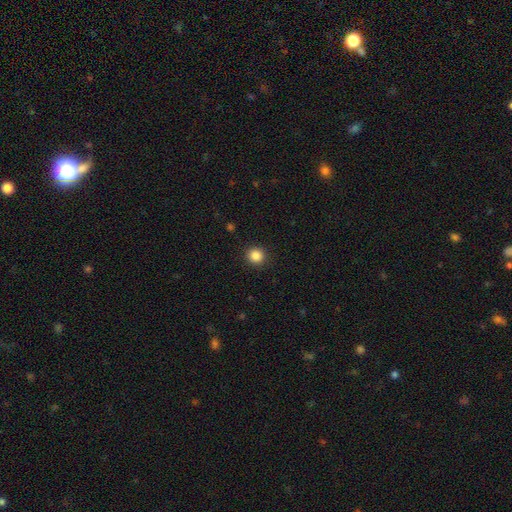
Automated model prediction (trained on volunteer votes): Q: Smooth or featured?
A: smooth (86%); runner-up: star or artifact (11%)
Q: How rounded?
A: round (92%); runner-up: in between (7%)
Q: Merging?
A: none (92%); runner-up: minor disturbance (5%)